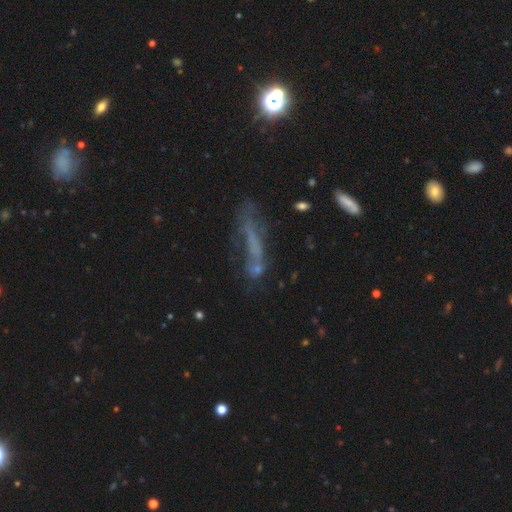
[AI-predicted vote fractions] Morphology: type=featured or disk (41%); merging=none (42%).